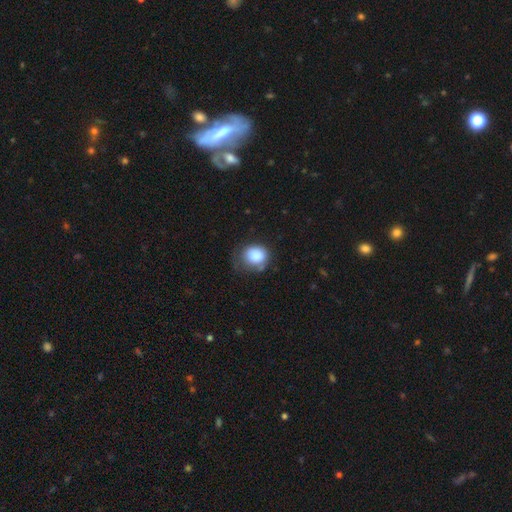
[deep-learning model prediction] A smooth galaxy with no disk features (85%) that is round (66%).

Vote fractions:
- Smooth or featured? smooth: 85% / star or artifact: 8% / featured or disk: 7%
- How rounded? round: 66% / in between: 33% / cigar-shaped: 1%
- Merging? none: 50% / minor disturbance: 32% / major disturbance: 13% / merger: 5%